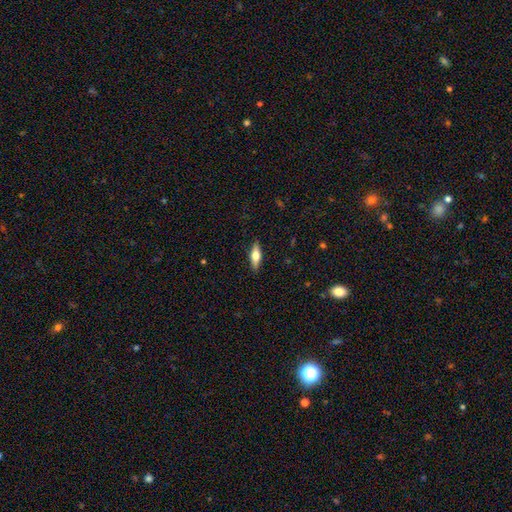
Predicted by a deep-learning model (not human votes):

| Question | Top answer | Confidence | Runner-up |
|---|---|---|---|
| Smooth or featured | smooth | 54% | featured or disk (40%) |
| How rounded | in between | 51% | cigar-shaped (47%) |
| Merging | none | 89% | minor disturbance (8%) |